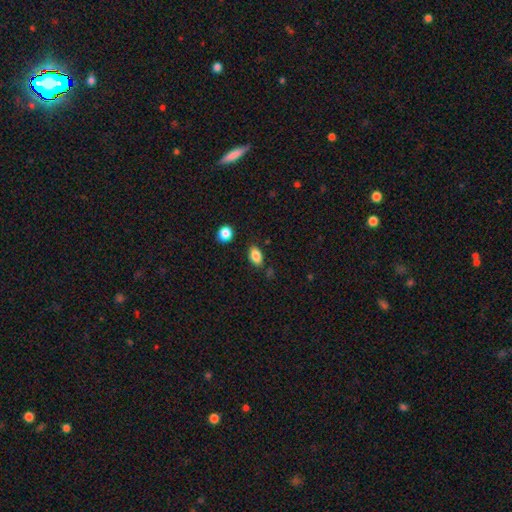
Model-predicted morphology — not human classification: Smooth or featured: smooth — 85% (star or artifact — 9%)
How rounded: in between — 88% (round — 9%)
Merging: none — 82% (minor disturbance — 12%)